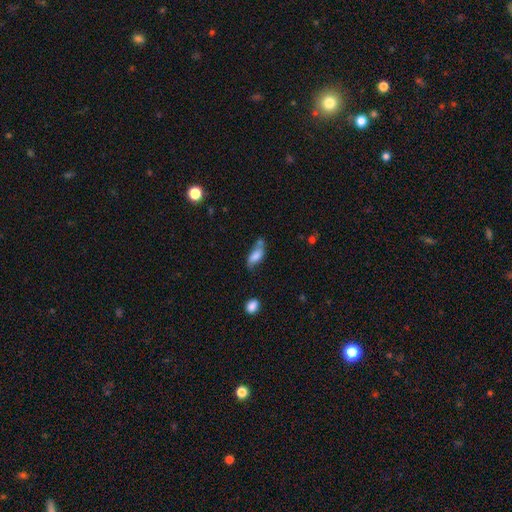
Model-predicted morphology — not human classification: Smooth or featured? Predicted: smooth (p=0.65). How rounded? Predicted: in between (p=0.75). Merging? Predicted: none (p=0.42).